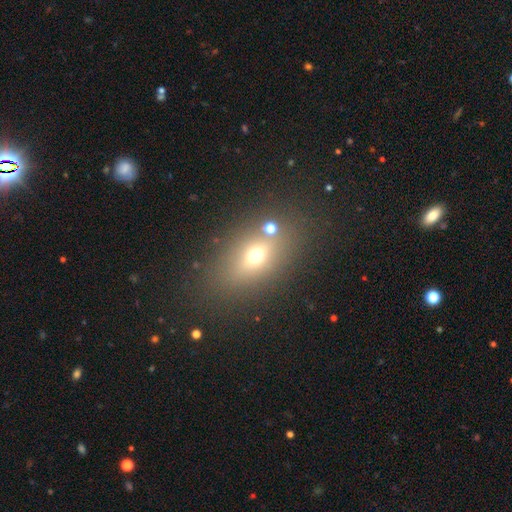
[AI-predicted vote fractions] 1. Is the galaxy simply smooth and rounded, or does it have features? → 57% smooth, 24% featured or disk, 20% star or artifact.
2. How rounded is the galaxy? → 68% in between, 24% round, 8% cigar-shaped.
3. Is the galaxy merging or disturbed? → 73% none, 11% minor disturbance, 9% merger, 7% major disturbance.